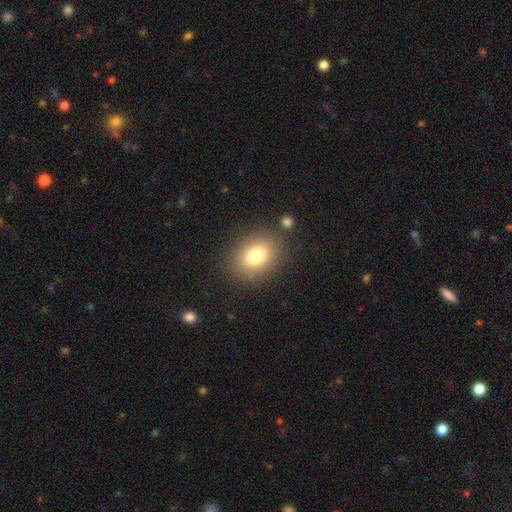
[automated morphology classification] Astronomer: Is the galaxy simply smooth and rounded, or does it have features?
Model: smooth — 78%.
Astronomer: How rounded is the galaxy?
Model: in between — 59% (runner-up: round, 40%).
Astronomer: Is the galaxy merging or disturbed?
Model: none — 82%.